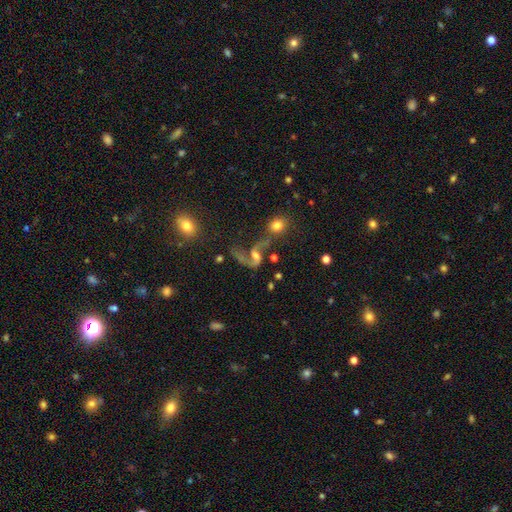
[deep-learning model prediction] Overall: featured or disk (73%). Edge-on disk: no (96%). Bar: no (45%; weak 40%). Spiral arms: yes (85%). Spiral arm count: 2 (77%). Spiral winding: loose (81%). Bulge size: moderate (47%; small 30%). Merging: none (30%; major disturbance 29%).